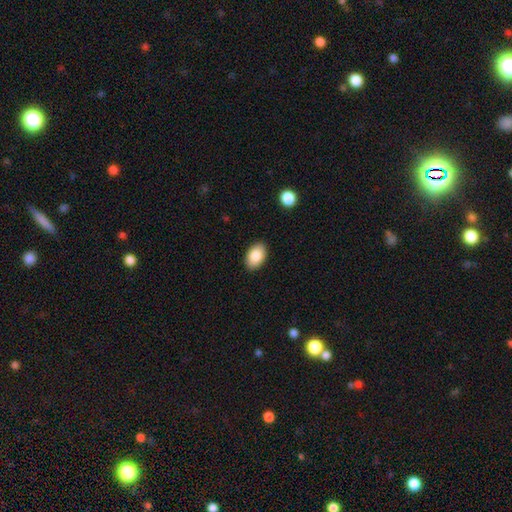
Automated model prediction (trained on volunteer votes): Smooth or featured? smooth (87%)
How rounded? in between (91%)
Merging? none (89%)